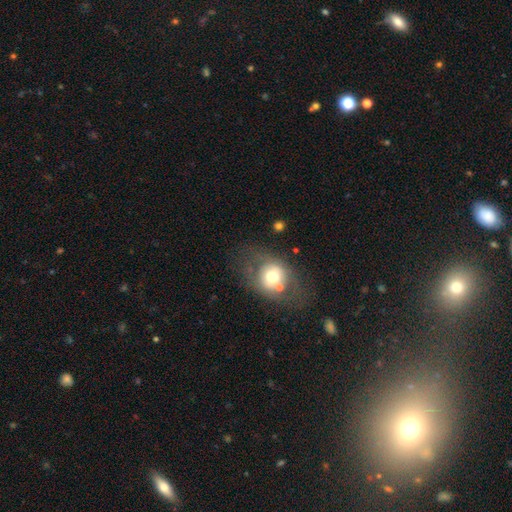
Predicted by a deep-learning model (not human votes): Smooth or featured? smooth (41%)
Merging? none (73%)